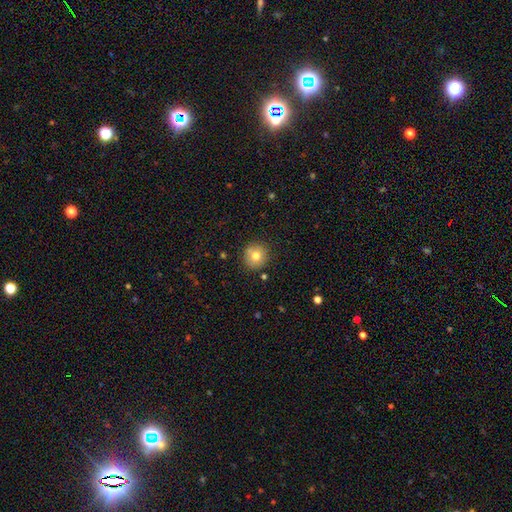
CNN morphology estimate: Smooth or featured? smooth (76%)
How rounded? round (90%)
Merging? none (81%)